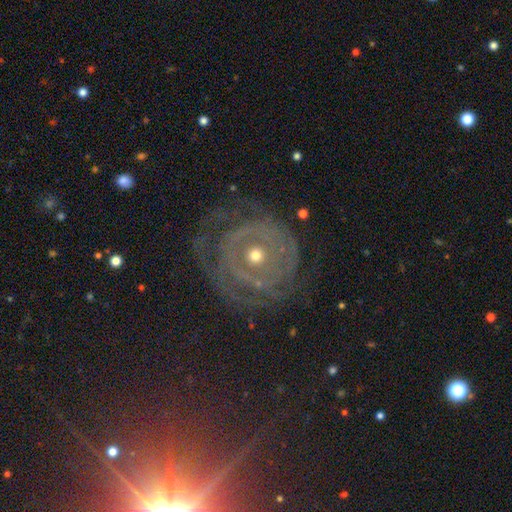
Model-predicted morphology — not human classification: This appears to be a featured or disk galaxy (76%) with no bar (88%), spiral arms (67%) and a small central bulge (50%). Merging: none (63%).